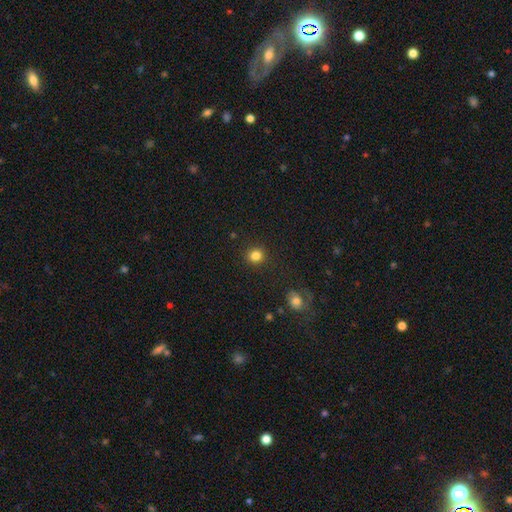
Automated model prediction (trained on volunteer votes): Q: Smooth or featured?
A: smooth (83%); runner-up: star or artifact (12%)
Q: How rounded?
A: round (86%); runner-up: in between (13%)
Q: Merging?
A: none (90%); runner-up: minor disturbance (6%)